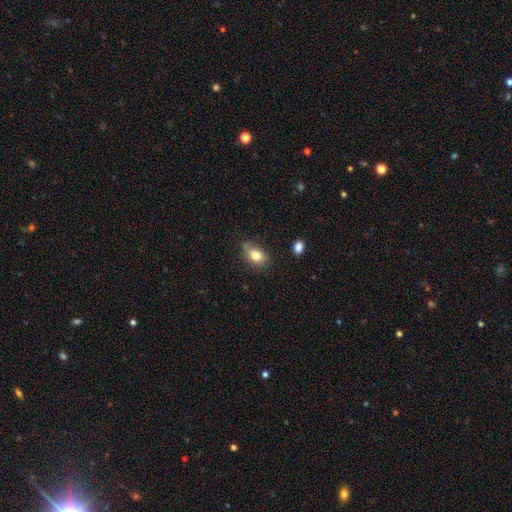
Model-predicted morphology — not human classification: Overall: smooth (80%). How rounded: in between (82%). Merging: none (67%).